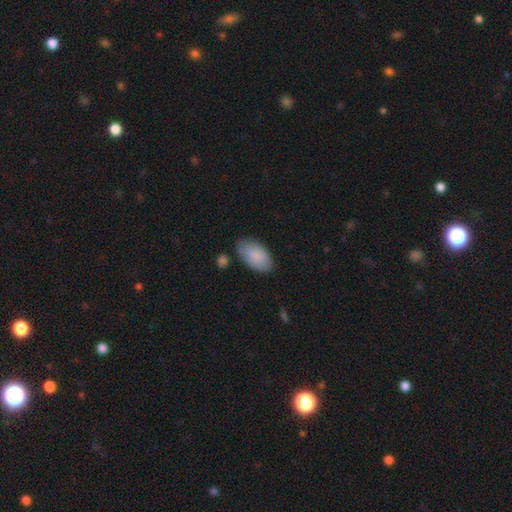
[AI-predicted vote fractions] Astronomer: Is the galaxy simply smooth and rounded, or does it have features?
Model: smooth — 87%.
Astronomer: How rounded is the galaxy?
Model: in between — 95%.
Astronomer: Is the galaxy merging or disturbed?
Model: none — 75%.